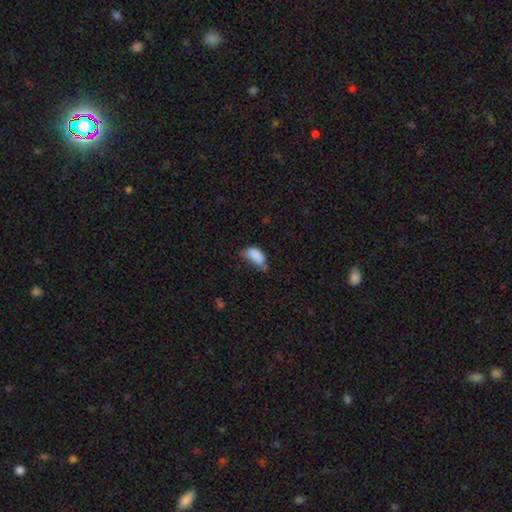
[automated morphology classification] Smooth or featured?
  - smooth: 84% *
  - star or artifact: 8%
  - featured or disk: 8%
How rounded?
  - in between: 92% *
  - cigar-shaped: 4%
  - round: 4%
Merging?
  - minor disturbance: 44% *
  - none: 29%
  - major disturbance: 22%
  - merger: 5%